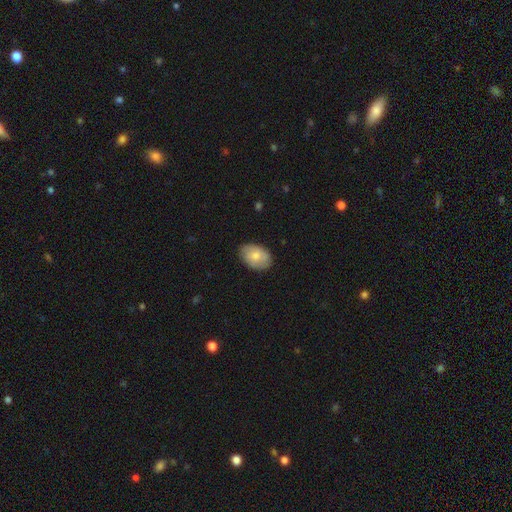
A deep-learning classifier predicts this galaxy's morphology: The model was most divided on "smooth or featured": smooth: 75%, featured or disk: 19%, star or artifact: 6%. More confident: how rounded — in between (84%); merging — none (81%).